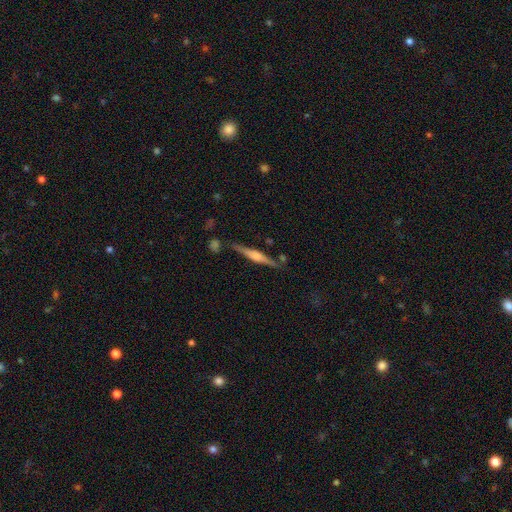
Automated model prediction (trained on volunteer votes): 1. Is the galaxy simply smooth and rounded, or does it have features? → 69% featured or disk, 24% smooth, 7% star or artifact.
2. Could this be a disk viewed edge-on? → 97% yes, 3% no.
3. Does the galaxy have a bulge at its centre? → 63% rounded, 29% boxy, 8% none.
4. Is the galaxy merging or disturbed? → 78% none, 13% minor disturbance, 5% merger, 3% major disturbance.